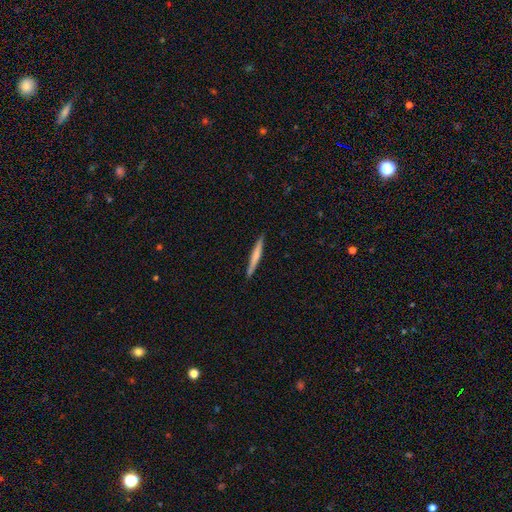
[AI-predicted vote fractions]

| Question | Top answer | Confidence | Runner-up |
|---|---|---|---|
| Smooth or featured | smooth | 58% | featured or disk (37%) |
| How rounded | cigar-shaped | 96% | in between (3%) |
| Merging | none | 90% | minor disturbance (8%) |